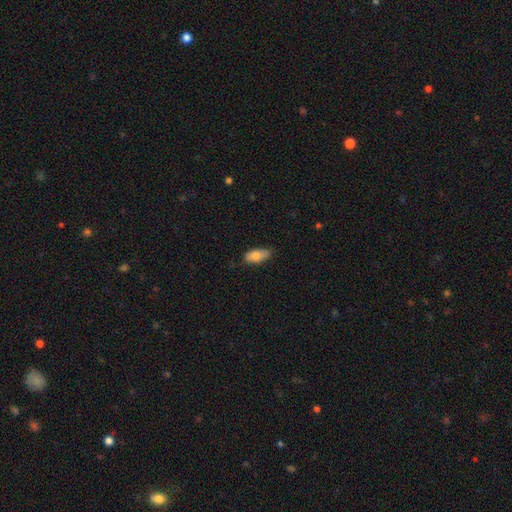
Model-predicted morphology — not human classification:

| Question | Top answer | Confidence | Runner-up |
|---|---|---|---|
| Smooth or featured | smooth | 78% | featured or disk (15%) |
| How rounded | in between | 85% | cigar-shaped (12%) |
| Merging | none | 78% | minor disturbance (18%) |